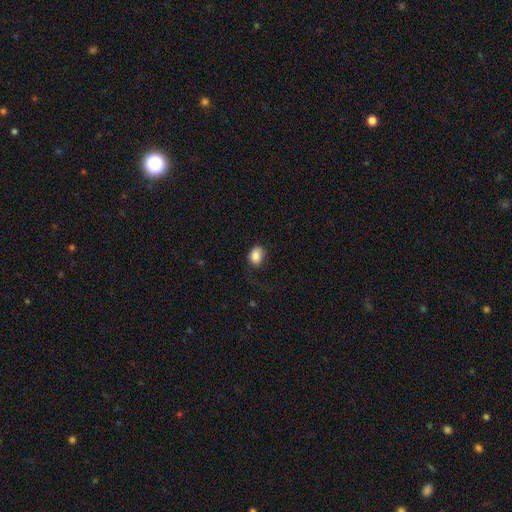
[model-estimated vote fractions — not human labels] Smooth or featured?
  - smooth: 87% *
  - star or artifact: 9%
  - featured or disk: 4%
How rounded?
  - in between: 64% *
  - round: 35%
  - cigar-shaped: 1%
Merging?
  - none: 70% *
  - minor disturbance: 21%
  - major disturbance: 8%
  - merger: 1%